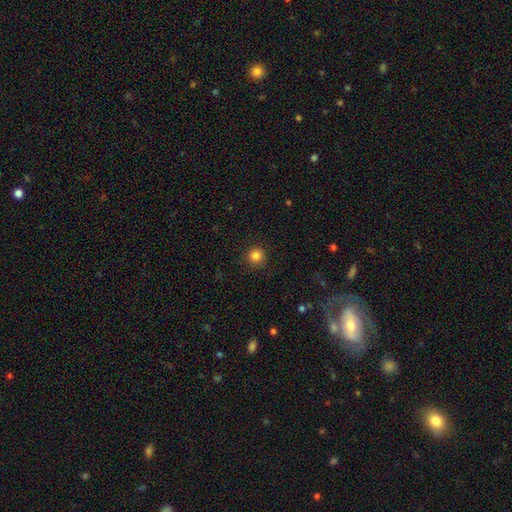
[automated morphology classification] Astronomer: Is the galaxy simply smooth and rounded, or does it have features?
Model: smooth — 84%.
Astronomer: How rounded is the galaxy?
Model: round — 95%.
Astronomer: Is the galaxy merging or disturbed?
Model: none — 92%.